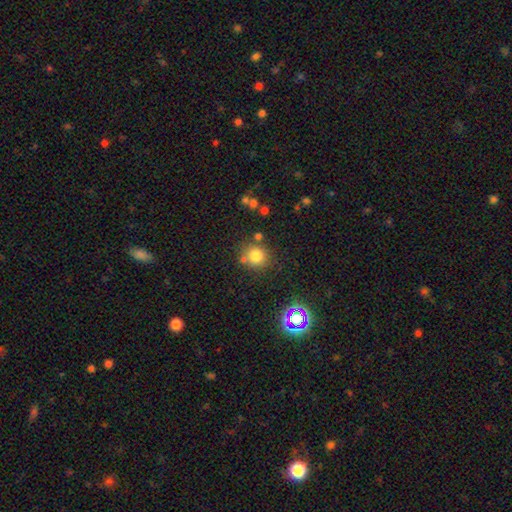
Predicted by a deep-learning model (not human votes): This is likely a smooth galaxy (77%). How rounded: clearly round (89%). Merging: likely none (75%).